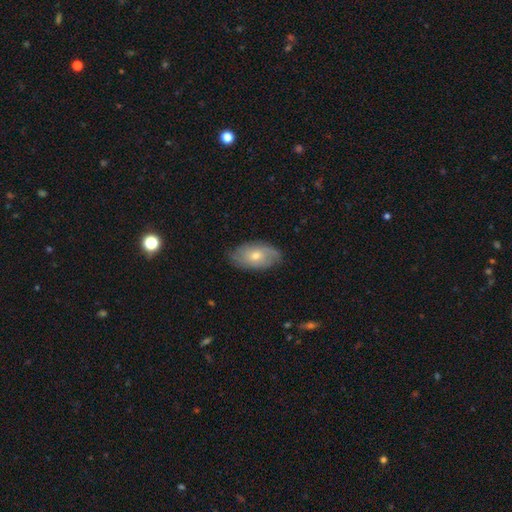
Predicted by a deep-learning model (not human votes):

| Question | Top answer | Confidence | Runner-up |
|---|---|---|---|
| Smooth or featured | smooth | 49% | featured or disk (44%) |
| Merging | none | 77% | minor disturbance (18%) |